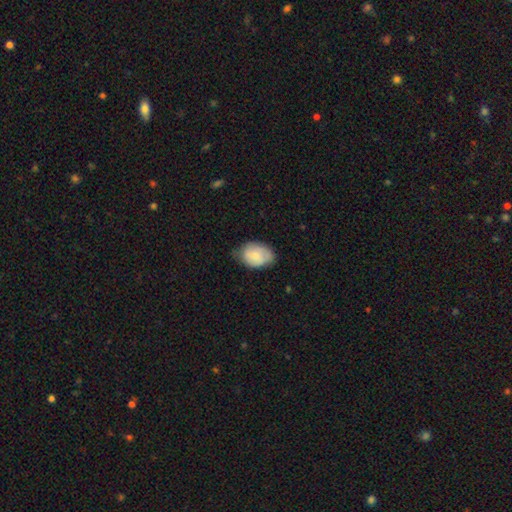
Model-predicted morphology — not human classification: Smooth or featured? Predicted: smooth (p=0.78). How rounded? Predicted: in between (p=0.84). Merging? Predicted: none (p=0.62).